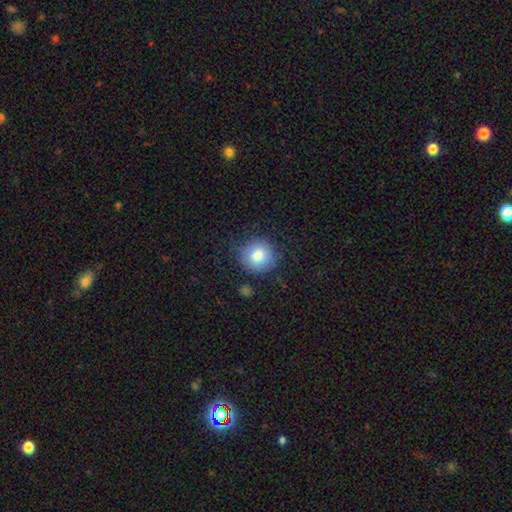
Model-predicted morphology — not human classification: A smooth galaxy with no disk features (83%) that is round (89%).

Vote fractions:
- Smooth or featured? smooth: 83% / star or artifact: 8% / featured or disk: 8%
- How rounded? round: 89% / in between: 10% / cigar-shaped: 1%
- Merging? none: 82% / minor disturbance: 13% / major disturbance: 4% / merger: 2%